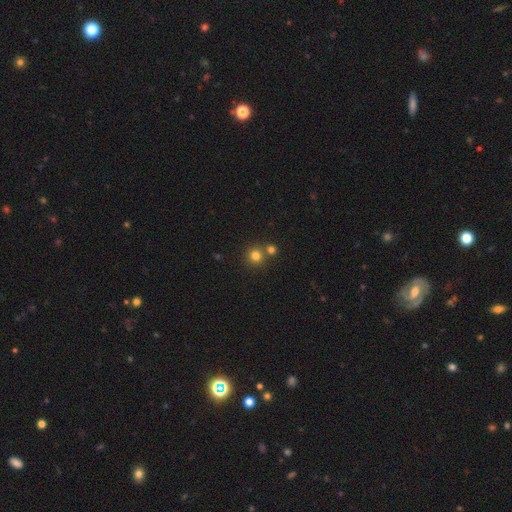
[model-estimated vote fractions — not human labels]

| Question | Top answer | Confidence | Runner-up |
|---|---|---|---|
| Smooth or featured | smooth | 79% | star or artifact (15%) |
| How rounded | round | 92% | in between (7%) |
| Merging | none | 68% | merger (24%) |